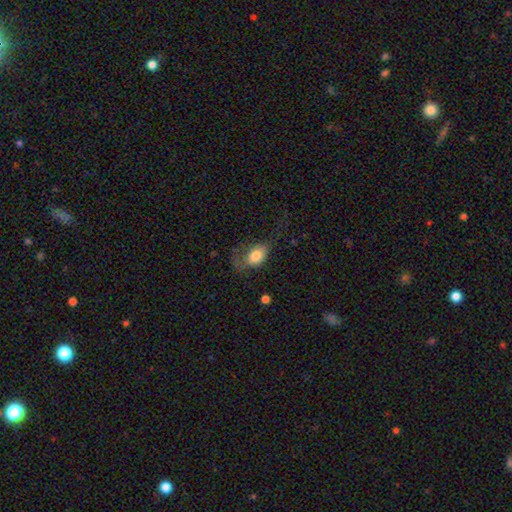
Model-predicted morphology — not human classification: Smooth or featured: smooth — 75% (featured or disk — 17%)
How rounded: in between — 83% (round — 15%)
Merging: major disturbance — 42% (none — 28%)